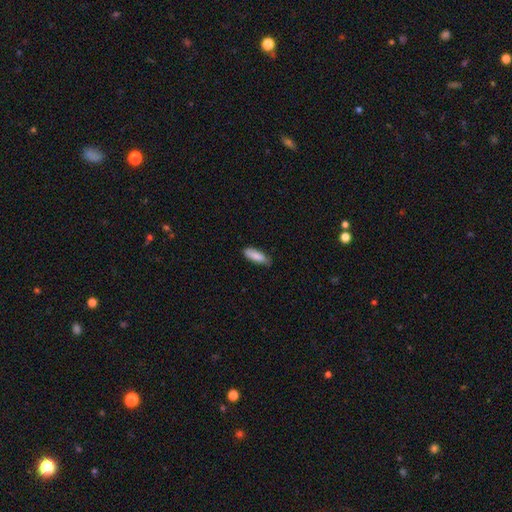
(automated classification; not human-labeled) A smooth galaxy with no disk features (87%) that is in between round and cigar-shaped (59%).

Vote fractions:
- Smooth or featured? smooth: 87% / featured or disk: 7% / star or artifact: 6%
- How rounded? in between: 59% / cigar-shaped: 40% / round: 2%
- Merging? none: 73% / minor disturbance: 22% / major disturbance: 3% / merger: 1%